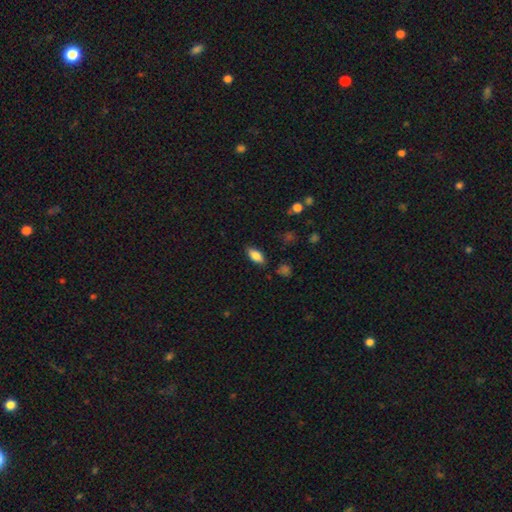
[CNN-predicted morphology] This is clearly a smooth galaxy (82%). How rounded: clearly in between (86%). Merging: clearly none (84%).